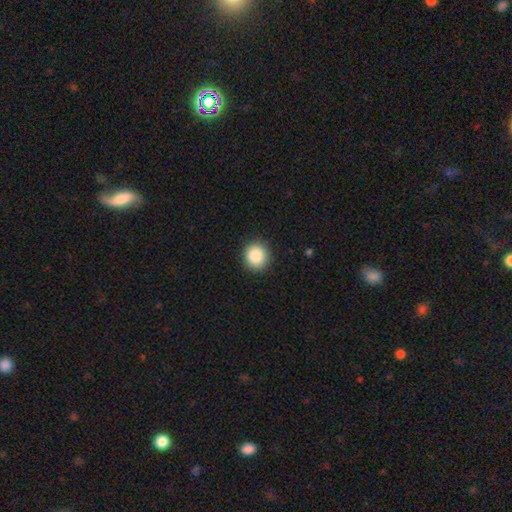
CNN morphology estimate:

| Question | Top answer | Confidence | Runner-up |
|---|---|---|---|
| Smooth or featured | smooth | 87% | star or artifact (9%) |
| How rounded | round | 92% | in between (7%) |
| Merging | none | 91% | minor disturbance (6%) |